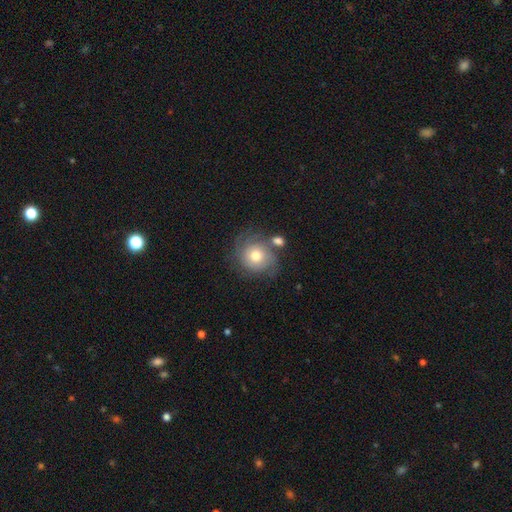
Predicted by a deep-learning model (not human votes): Overall: featured or disk (48%; smooth 43%). Merging: none (62%).